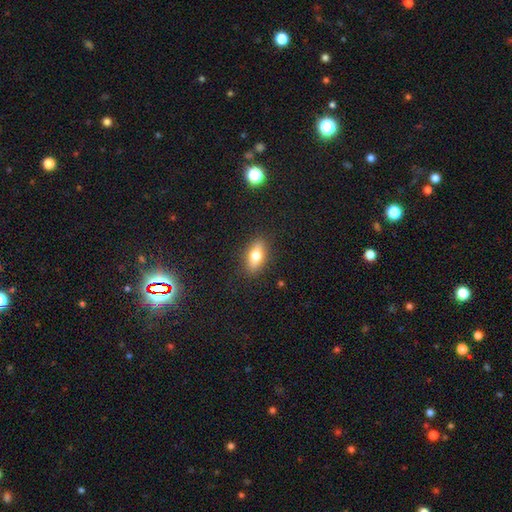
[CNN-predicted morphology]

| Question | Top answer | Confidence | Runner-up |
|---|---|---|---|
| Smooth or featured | smooth | 70% | featured or disk (22%) |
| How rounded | in between | 78% | cigar-shaped (16%) |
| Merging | none | 87% | minor disturbance (9%) |